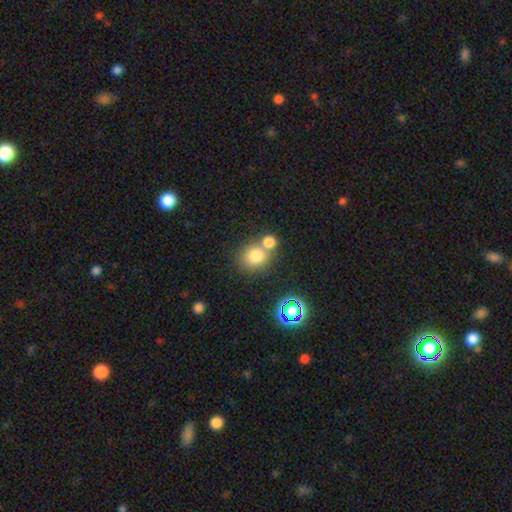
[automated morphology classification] A smooth galaxy with no disk features (78%) that is round (78%).

Vote fractions:
- Smooth or featured? smooth: 78% / star or artifact: 13% / featured or disk: 9%
- How rounded? round: 78% / in between: 21% / cigar-shaped: 1%
- Merging? none: 49% / merger: 40% / minor disturbance: 8% / major disturbance: 3%